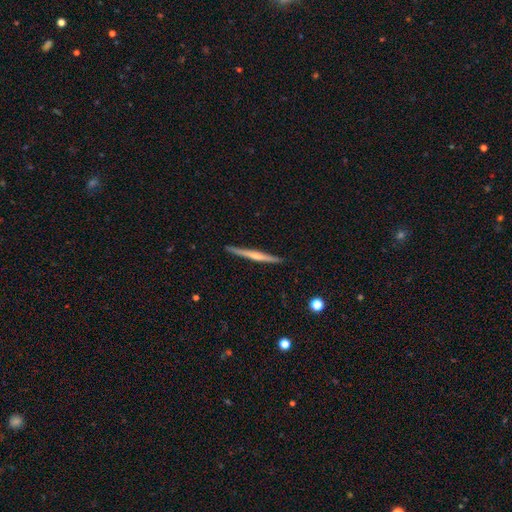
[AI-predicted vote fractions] The model was most divided on "edge-on bulge": rounded: 55%, none: 38%, boxy: 8%. More confident: edge-on disk — yes (98%); merging — none (91%); smooth or featured — featured or disk (62%).